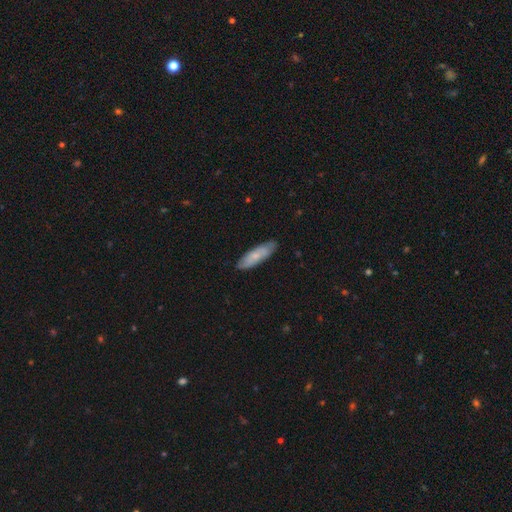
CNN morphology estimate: Smooth or featured? Predicted: smooth (p=0.65). How rounded? Predicted: in between (p=0.49, tied with cigar-shaped). Merging? Predicted: none (p=0.82).